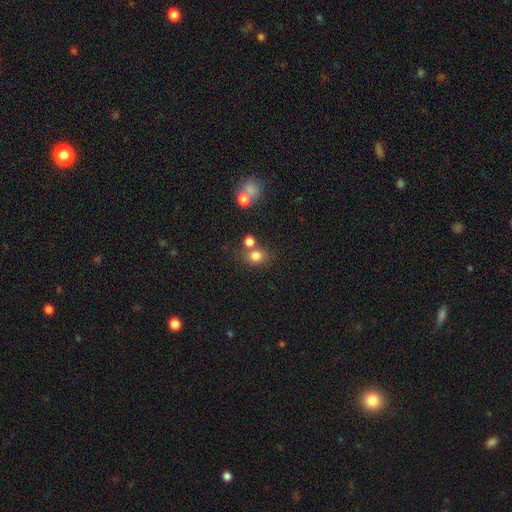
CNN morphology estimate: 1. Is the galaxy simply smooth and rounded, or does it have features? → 79% smooth, 14% star or artifact, 7% featured or disk.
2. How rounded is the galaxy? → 64% round, 35% in between, 1% cigar-shaped.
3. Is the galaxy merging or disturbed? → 60% none, 24% merger, 11% minor disturbance, 5% major disturbance.